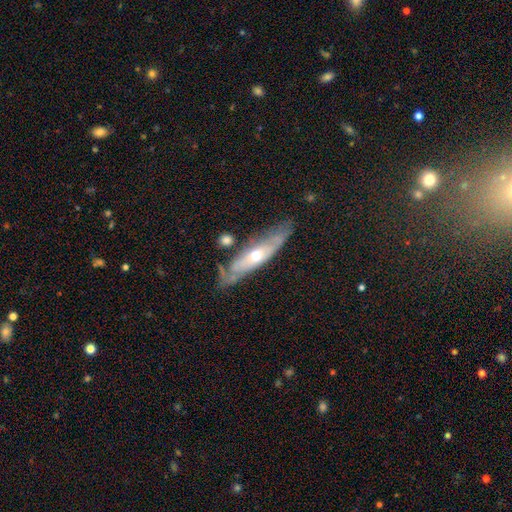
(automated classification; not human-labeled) smooth-or-featured: featured or disk: 67% | smooth: 27% | star or artifact: 5%
  disk-edge-on: no: 55% | yes: 45%
  merging: none: 69% | minor disturbance: 19% | major disturbance: 7% | merger: 5%